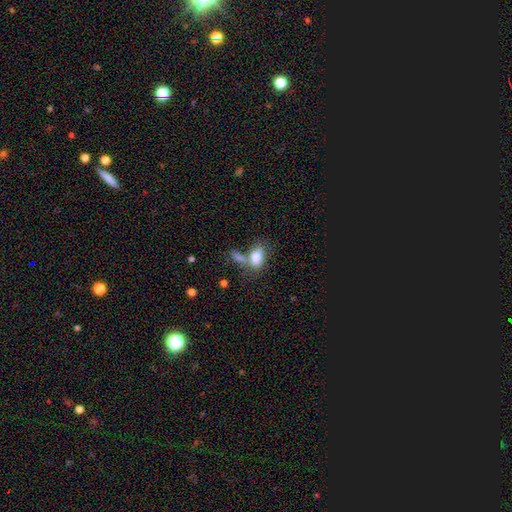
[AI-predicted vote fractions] This is likely a smooth galaxy (79%). How rounded: clearly in between (87%). Merging: marginally none (40%).